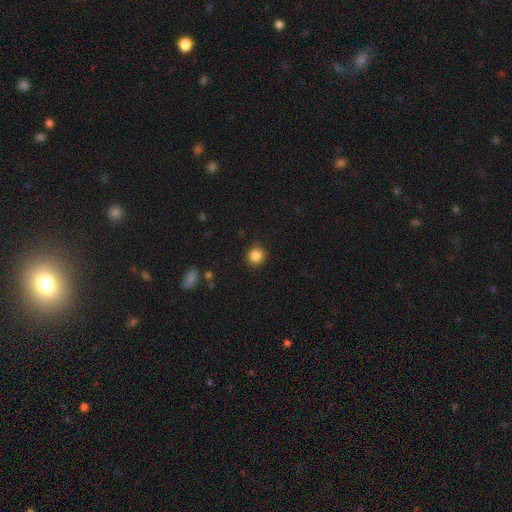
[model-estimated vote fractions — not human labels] A smooth galaxy with no disk features (87%) that is round (92%).

Vote fractions:
- Smooth or featured? smooth: 87% / star or artifact: 10% / featured or disk: 3%
- How rounded? round: 92% / in between: 7% / cigar-shaped: 1%
- Merging? none: 88% / minor disturbance: 8% / major disturbance: 2% / merger: 1%